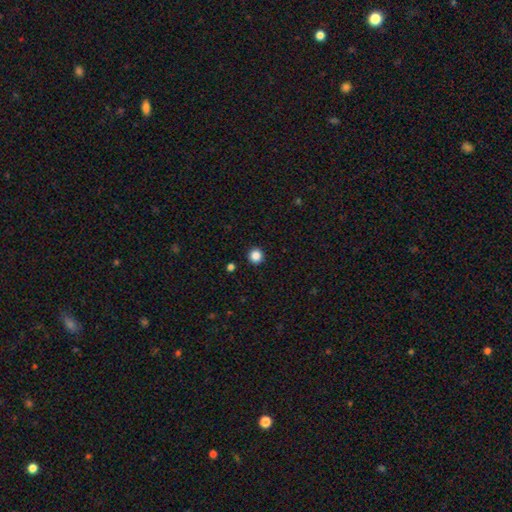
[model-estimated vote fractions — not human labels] The model was most divided on "smooth or featured": smooth: 86%, star or artifact: 11%, featured or disk: 3%. More confident: how rounded — round (95%); merging — none (94%).